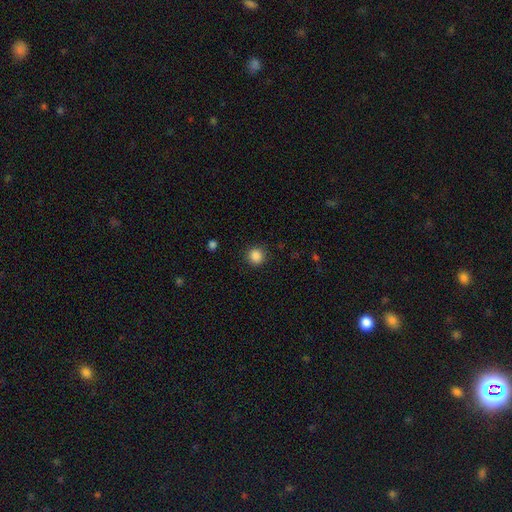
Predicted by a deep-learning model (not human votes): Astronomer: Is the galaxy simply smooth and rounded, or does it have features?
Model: smooth — 87%.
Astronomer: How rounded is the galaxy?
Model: round — 92%.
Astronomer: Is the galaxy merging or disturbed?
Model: none — 89%.